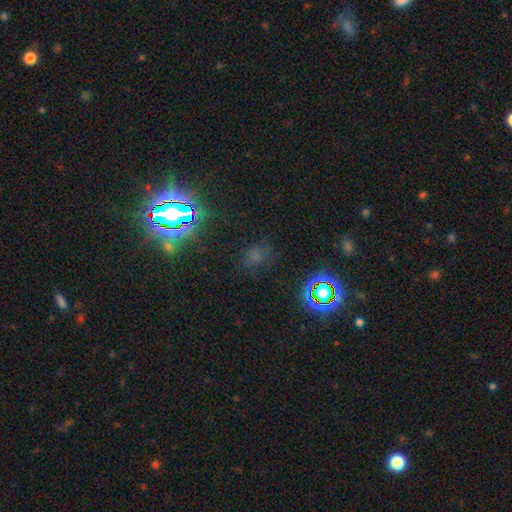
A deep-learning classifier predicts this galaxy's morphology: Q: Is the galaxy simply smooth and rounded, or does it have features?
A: star or artifact — 52%.